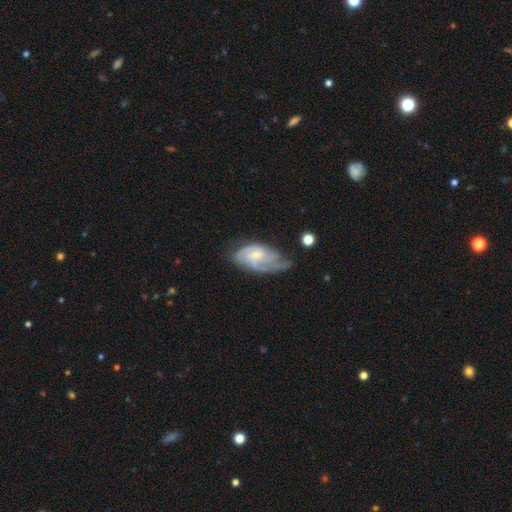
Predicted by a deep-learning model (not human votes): Smooth or featured: featured or disk — 78% (smooth — 15%)
Edge-on disk: no — 96% (yes — 4%)
Bar: no — 61% (weak — 34%)
Spiral arms: yes — 93% (no — 7%)
Spiral winding: tight — 47% (medium — 39%)
Spiral arm count: can't tell — 28% (2 — 27%)
Bulge size: small — 66% (moderate — 29%)
Merging: none — 46% (minor disturbance — 31%)